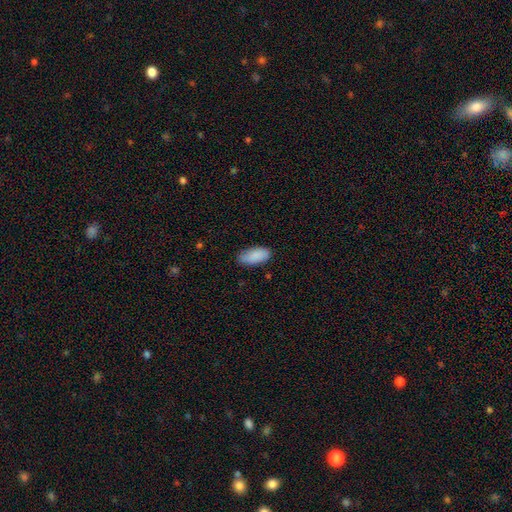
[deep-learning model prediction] This appears to be a smooth galaxy with no disk features (88%) that is in between round and cigar-shaped (91%). Merging: none (77%).